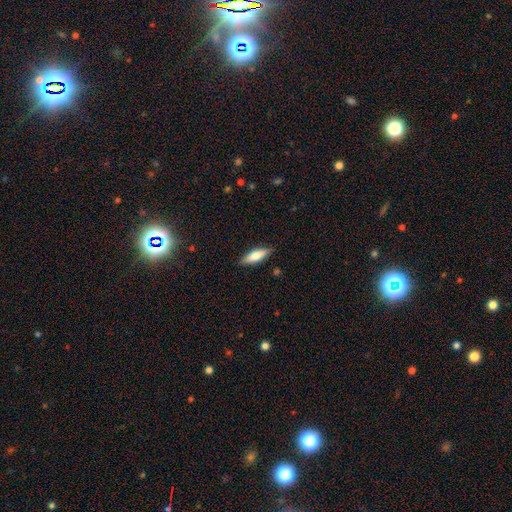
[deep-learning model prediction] A smooth galaxy with no disk features (71%) that is in between round and cigar-shaped (50%). Merging: none (87%).